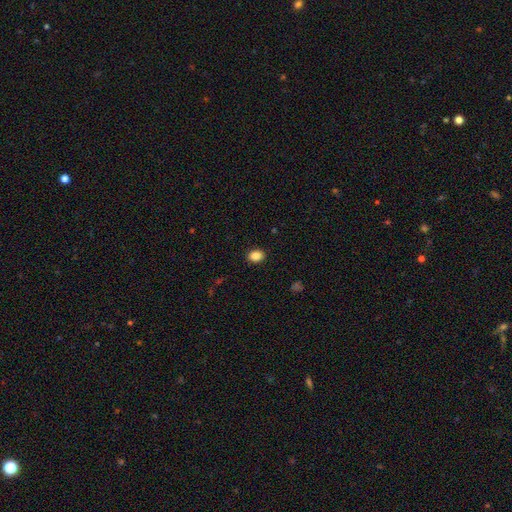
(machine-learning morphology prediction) Overall: smooth (87%). How rounded: in between (66%; round 33%). Merging: none (90%).